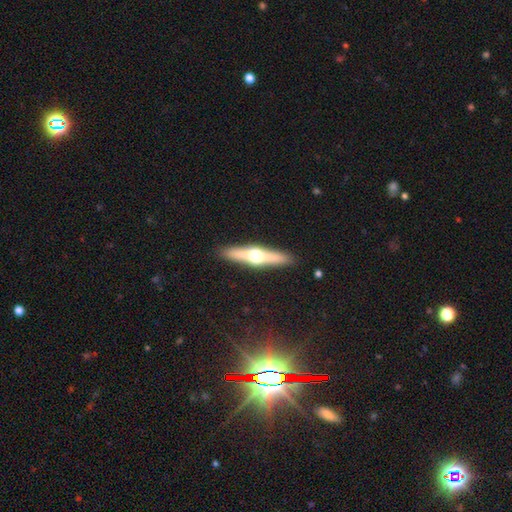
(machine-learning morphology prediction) A featured or disk galaxy (65%) viewed edge-on (96%) with a rounded central bulge (95%). Merging: none (90%).